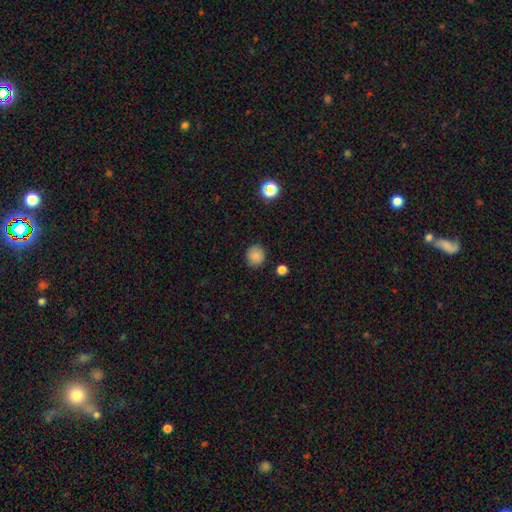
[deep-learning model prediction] Overall: smooth (85%). How rounded: round (89%). Merging: none (87%).